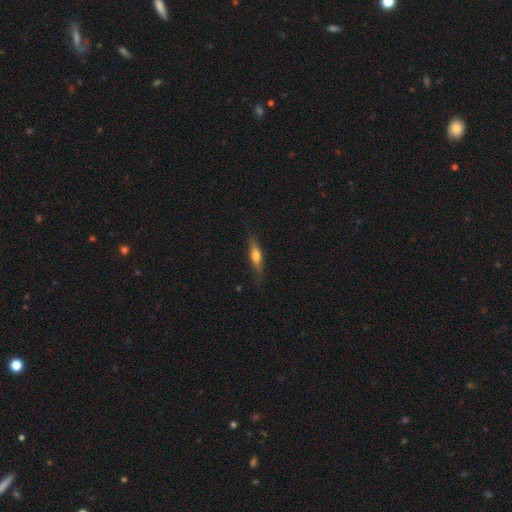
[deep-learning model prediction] Morphology: type=smooth (58%); roundness=cigar-shaped (72%); merging=none (81%).